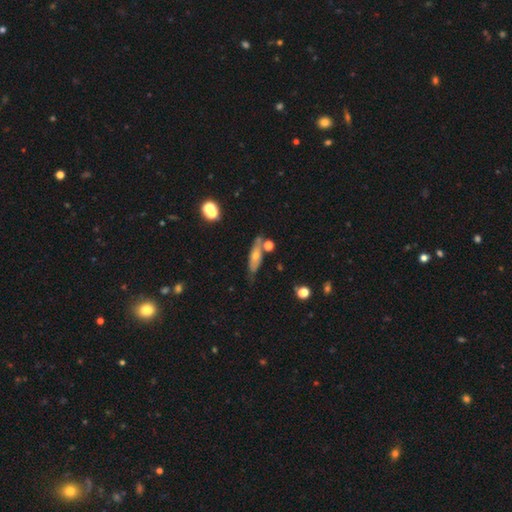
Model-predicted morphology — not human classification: smooth-or-featured: smooth: 53% | featured or disk: 38% | star or artifact: 9%
  how-rounded: cigar-shaped: 51% | in between: 45% | round: 4%
  merging: none: 61% | minor disturbance: 21% | merger: 12% | major disturbance: 6%